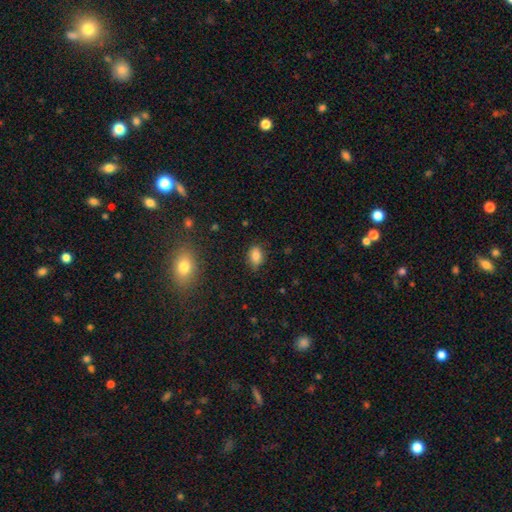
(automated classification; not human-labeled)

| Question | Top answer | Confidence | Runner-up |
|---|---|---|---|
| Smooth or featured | smooth | 82% | star or artifact (10%) |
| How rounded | in between | 79% | round (19%) |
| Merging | none | 79% | minor disturbance (16%) |